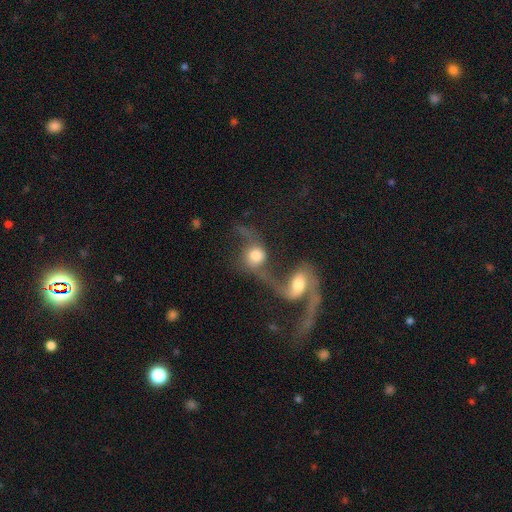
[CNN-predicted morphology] smooth_or_featured: featured or disk (p=0.55) [alt: smooth p=0.36]
disk_edge_on: no (p=0.94) [alt: yes p=0.06]
bar: no (p=0.66) [alt: weak p=0.26]
has_spiral_arms: yes (p=0.81) [alt: no p=0.19]
bulge_size: moderate (p=0.42) [alt: large p=0.37]
merging: merger (p=0.76) [alt: none p=0.10]